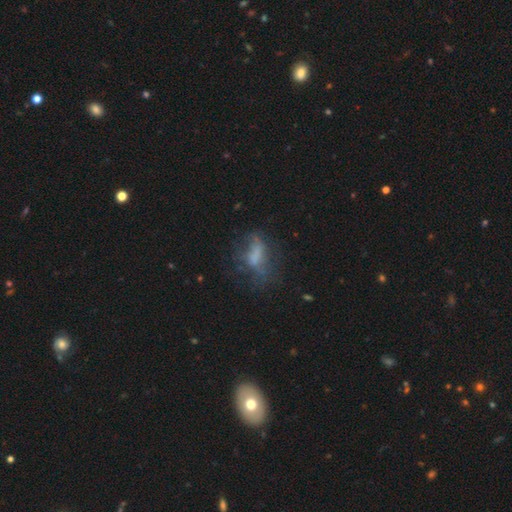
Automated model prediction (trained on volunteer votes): smooth 45%, featured or disk 38%, star or artifact 17%. Down the decision tree: merging — none (42%).